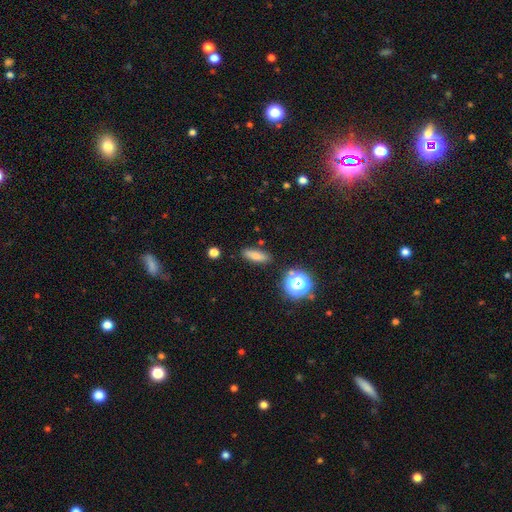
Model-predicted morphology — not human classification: Smooth or featured? smooth (74%)
How rounded? in between (54%)
Merging? none (85%)